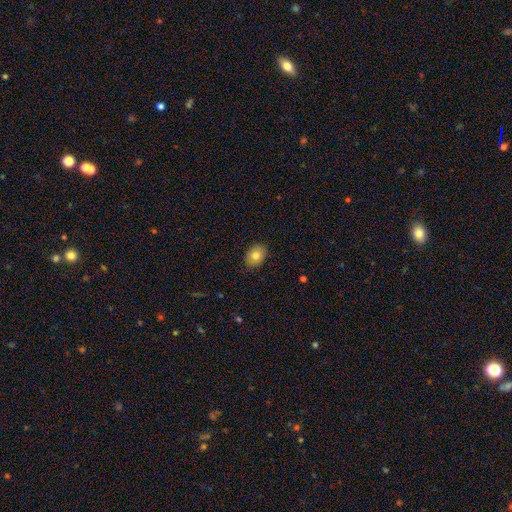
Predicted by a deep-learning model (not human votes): smooth 73%, featured or disk 17%, star or artifact 9%. Down the decision tree: how rounded — in between (64%); merging — none (82%).